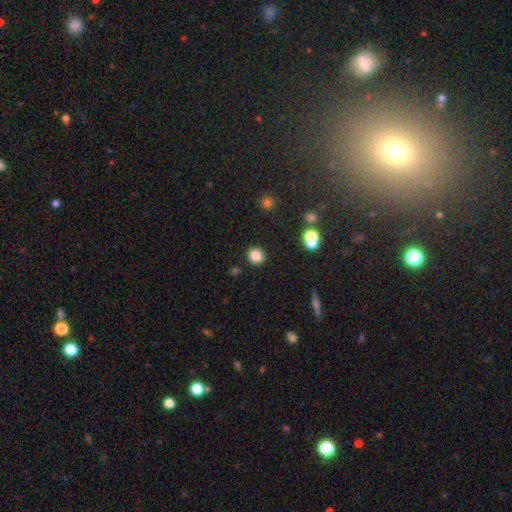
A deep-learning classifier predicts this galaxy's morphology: smooth_or_featured: smooth (p=0.83) [alt: star or artifact p=0.12]
how_rounded: round (p=0.83) [alt: in between p=0.16]
merging: none (p=0.90) [alt: minor disturbance p=0.06]